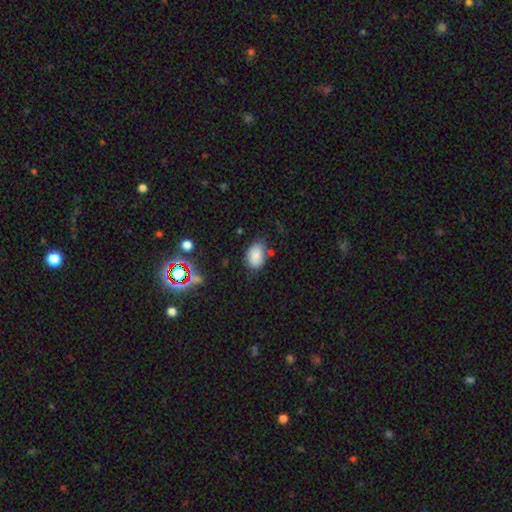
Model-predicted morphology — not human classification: A smooth galaxy with no disk features (84%) that is in between round and cigar-shaped (87%).

Vote fractions:
- Smooth or featured? smooth: 84% / star or artifact: 10% / featured or disk: 6%
- How rounded? in between: 87% / round: 12% / cigar-shaped: 1%
- Merging? none: 70% / minor disturbance: 20% / major disturbance: 5% / merger: 5%